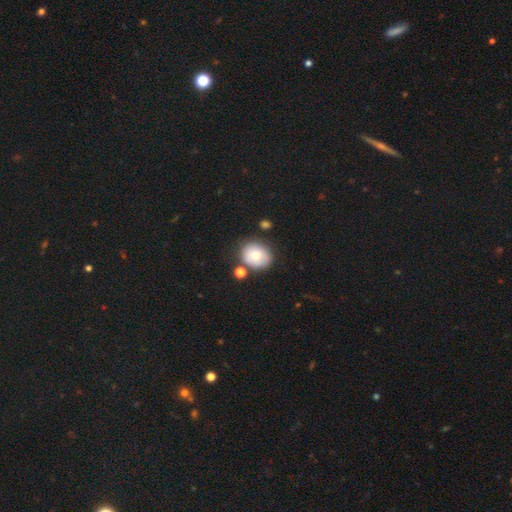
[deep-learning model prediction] Morphology: type=smooth (70%); roundness=round (73%); merging=none (68%).